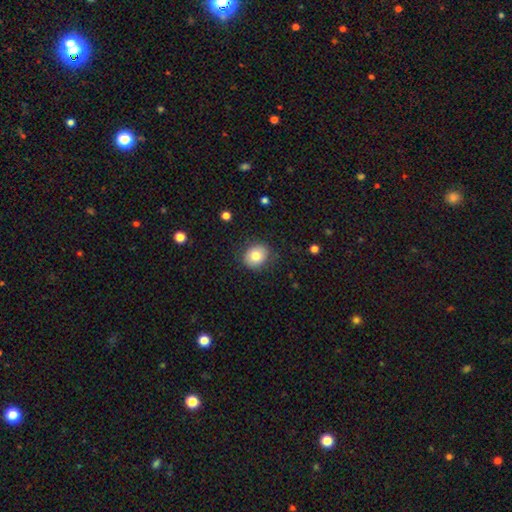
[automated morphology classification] Q: Smooth or featured?
A: smooth (79%); runner-up: featured or disk (11%)
Q: How rounded?
A: round (63%); runner-up: in between (36%)
Q: Merging?
A: none (85%); runner-up: minor disturbance (11%)